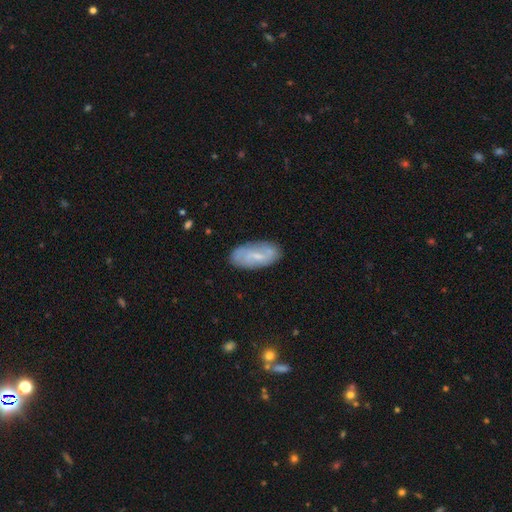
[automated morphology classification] Q: Smooth or featured?
A: featured or disk (51%); runner-up: smooth (42%)
Q: Edge-on disk?
A: no (91%); runner-up: yes (9%)
Q: Merging?
A: none (79%); runner-up: minor disturbance (14%)